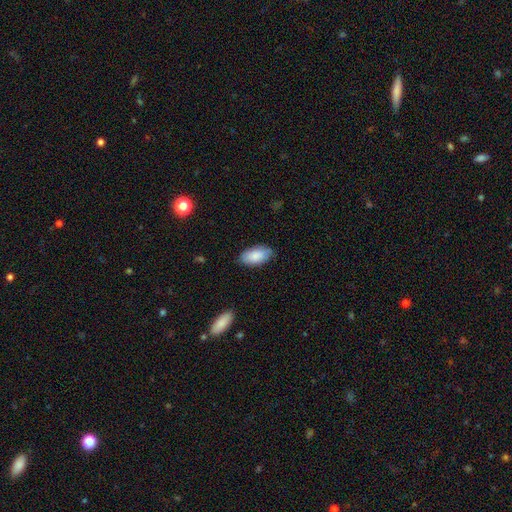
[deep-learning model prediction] A smooth galaxy with no disk features (85%) that is in between round and cigar-shaped (95%). Merging: none (77%).